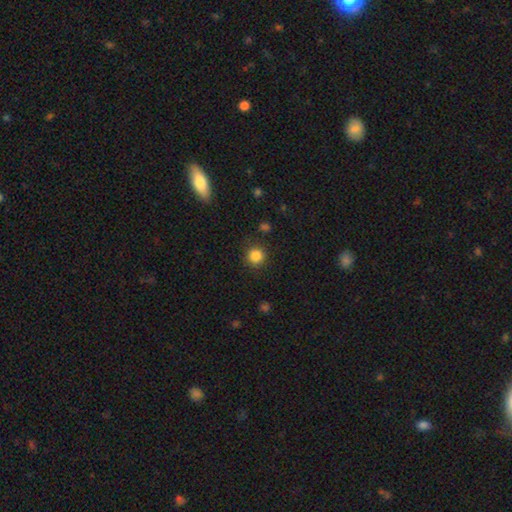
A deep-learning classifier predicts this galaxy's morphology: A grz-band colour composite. It shows a smooth galaxy with no disk features (85%) that is round (93%). Merging: none (88%).